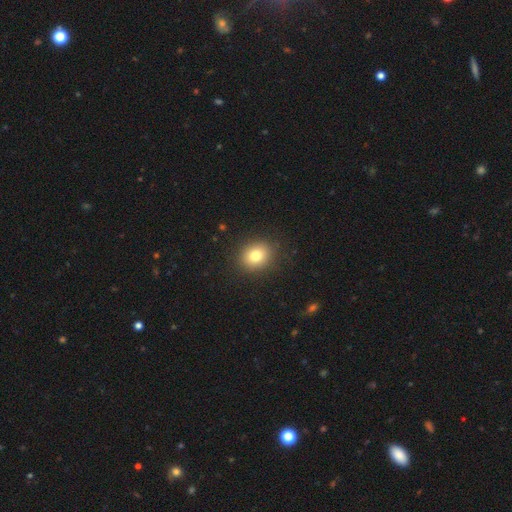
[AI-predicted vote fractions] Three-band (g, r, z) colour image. It shows a smooth galaxy with no disk features (80%) that is round (68%). Merging: none (89%).